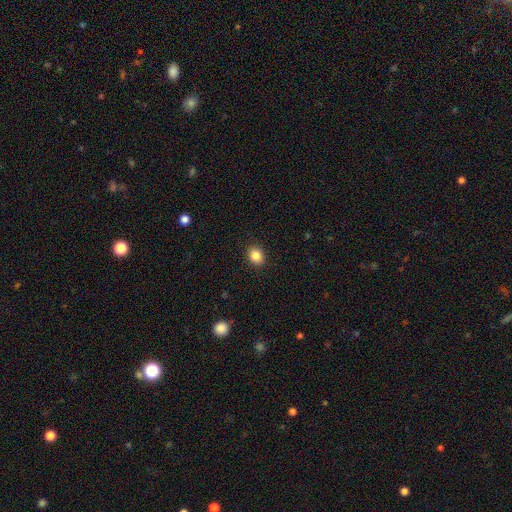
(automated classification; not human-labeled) This appears to be a smooth galaxy with no disk features (86%) that is round (53%). Merging: none (91%).